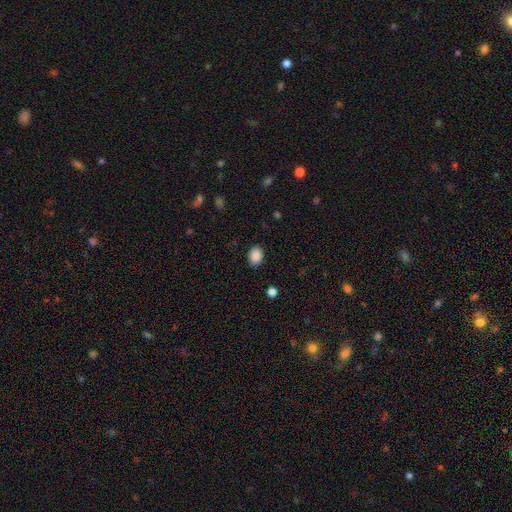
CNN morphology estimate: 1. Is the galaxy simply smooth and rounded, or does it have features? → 88% smooth, 9% star or artifact, 3% featured or disk.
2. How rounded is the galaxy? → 60% in between, 39% round, 1% cigar-shaped.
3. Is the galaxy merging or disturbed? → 86% none, 10% minor disturbance, 3% major disturbance, 1% merger.